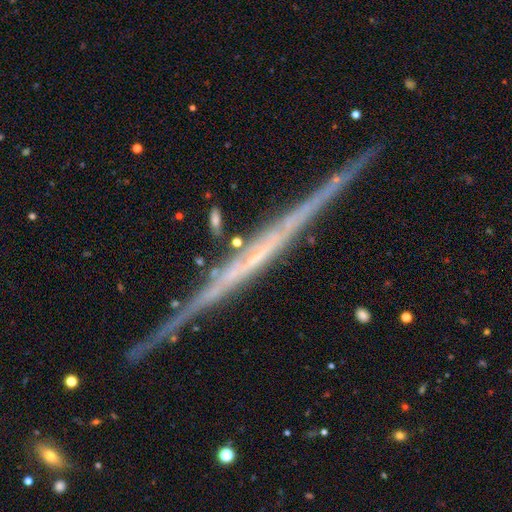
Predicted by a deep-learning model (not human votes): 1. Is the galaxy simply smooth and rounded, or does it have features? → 80% featured or disk, 12% smooth, 8% star or artifact.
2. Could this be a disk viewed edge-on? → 98% yes, 2% no.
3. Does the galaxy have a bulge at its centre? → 83% none, 9% rounded, 8% boxy.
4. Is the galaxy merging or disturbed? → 86% none, 10% minor disturbance, 2% major disturbance, 2% merger.